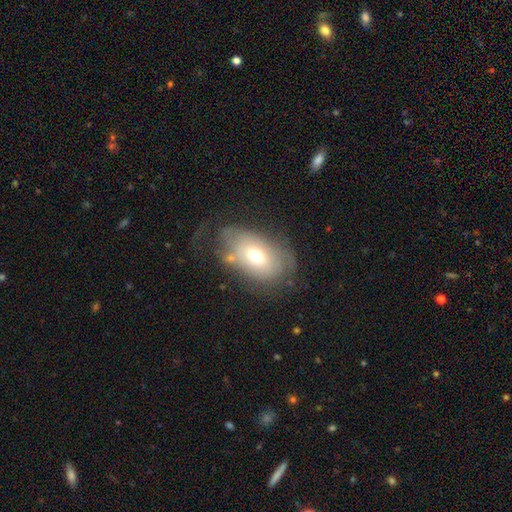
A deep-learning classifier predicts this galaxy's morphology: This is likely a smooth galaxy (61%). How rounded: clearly in between (86%). Merging: possibly none (50%).